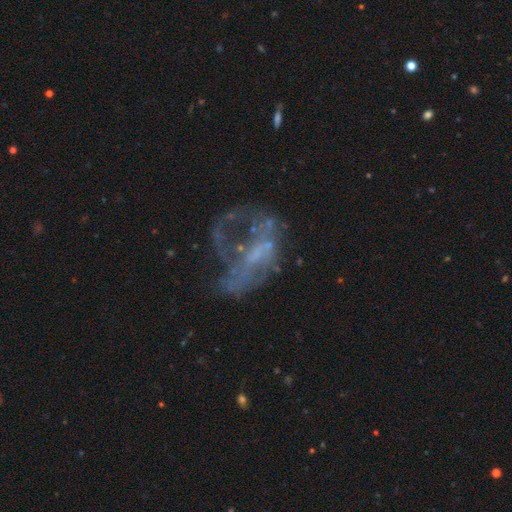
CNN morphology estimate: Overall: featured or disk (65%). Edge-on disk: no (97%). Bar: no (74%). Spiral arms: no (75%). Bulge size: none (64%; small 24%). Merging: major disturbance (47%; none 31%).